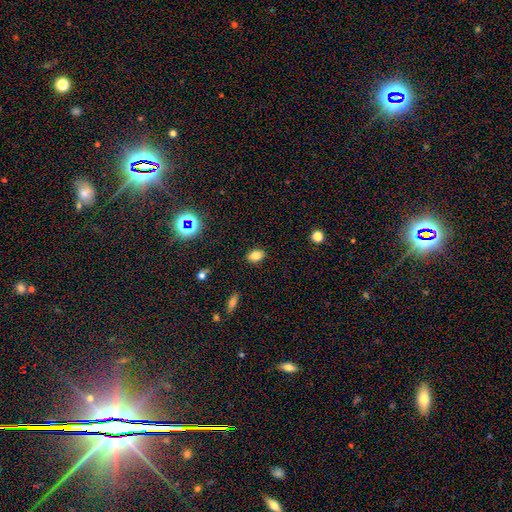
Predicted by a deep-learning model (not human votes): smooth-or-featured: smooth: 79% | star or artifact: 13% | featured or disk: 7%
  how-rounded: in between: 84% | round: 15% | cigar-shaped: 2%
  merging: none: 87% | minor disturbance: 9% | major disturbance: 2% | merger: 1%